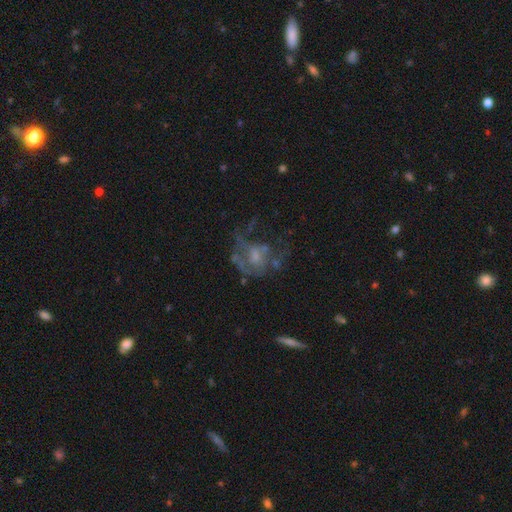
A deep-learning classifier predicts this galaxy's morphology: Smooth or featured: featured or disk — 62% (smooth — 25%)
Edge-on disk: no — 97% (yes — 3%)
Bar: no — 72% (weak — 23%)
Spiral arms: no — 63% (yes — 37%)
Bulge size: small — 35% (moderate — 33%)
Merging: major disturbance — 46% (none — 29%)